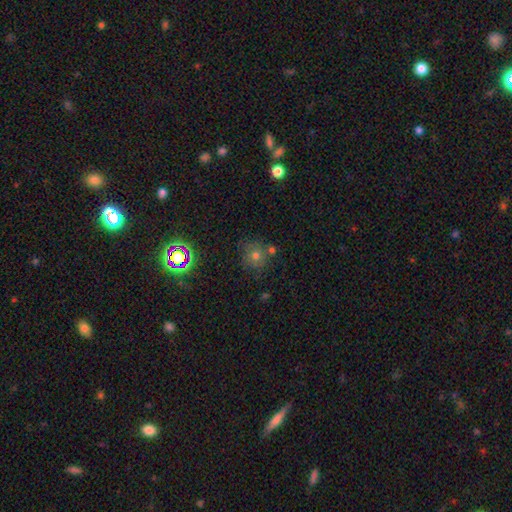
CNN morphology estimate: A smooth galaxy with no disk features (60%) that is round (92%). Merging: none (74%).